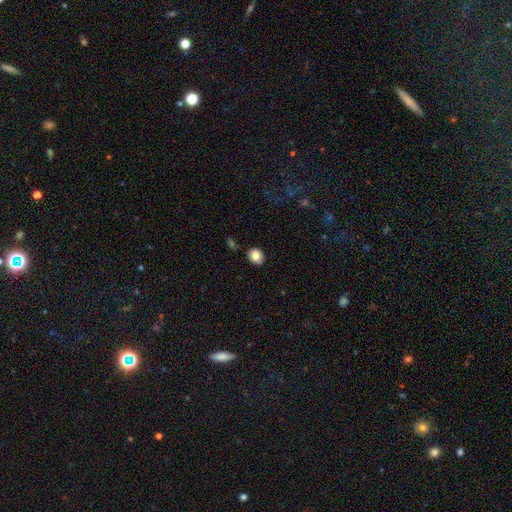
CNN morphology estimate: Smooth or featured? Predicted: smooth (p=0.84). How rounded? Predicted: round (p=0.55). Merging? Predicted: none (p=0.86).